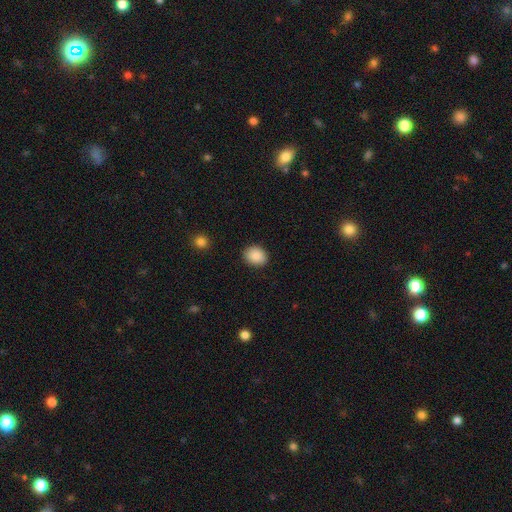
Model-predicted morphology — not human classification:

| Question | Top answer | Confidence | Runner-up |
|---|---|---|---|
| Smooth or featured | smooth | 88% | star or artifact (8%) |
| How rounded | round | 55% | in between (44%) |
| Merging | none | 88% | minor disturbance (8%) |